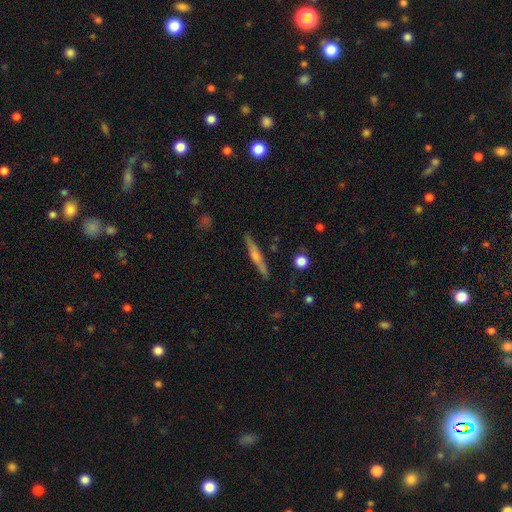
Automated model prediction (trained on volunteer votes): Q: Smooth or featured?
A: featured or disk (60%); runner-up: smooth (33%)
Q: Edge-on disk?
A: yes (97%); runner-up: no (3%)
Q: Edge-on bulge?
A: rounded (69%); runner-up: none (20%)
Q: Merging?
A: none (89%); runner-up: minor disturbance (8%)